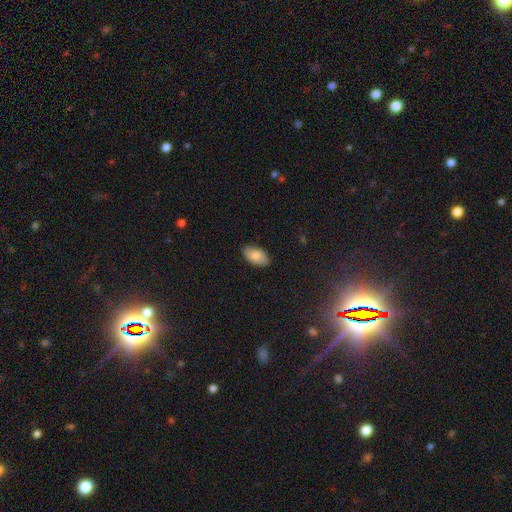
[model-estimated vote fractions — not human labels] smooth 83%, featured or disk 10%, star or artifact 7%. Down the decision tree: how rounded — in between (95%); merging — none (85%).